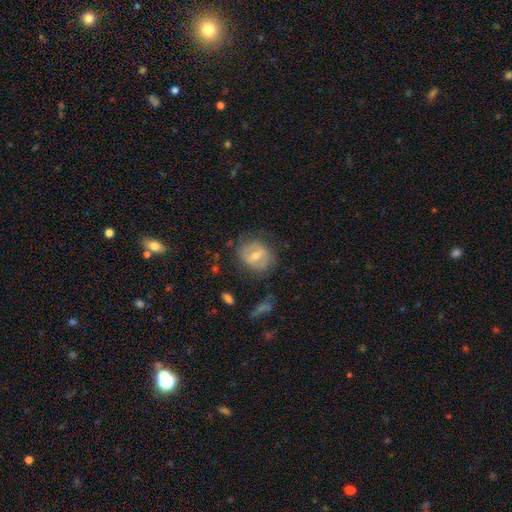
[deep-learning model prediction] Smooth or featured?
  - featured or disk: 55% *
  - smooth: 37%
  - star or artifact: 7%
Edge-on disk?
  - no: 93% *
  - yes: 7%
Bar?
  - weak: 43% *
  - strong: 38%
  - no: 19%
Spiral arms?
  - no: 61% *
  - yes: 39%
Bulge size?
  - moderate: 61% *
  - small: 31%
  - large: 4%
  - none: 2%
  - dominant: 1%
Merging?
  - none: 66% *
  - minor disturbance: 20%
  - major disturbance: 12%
  - merger: 2%